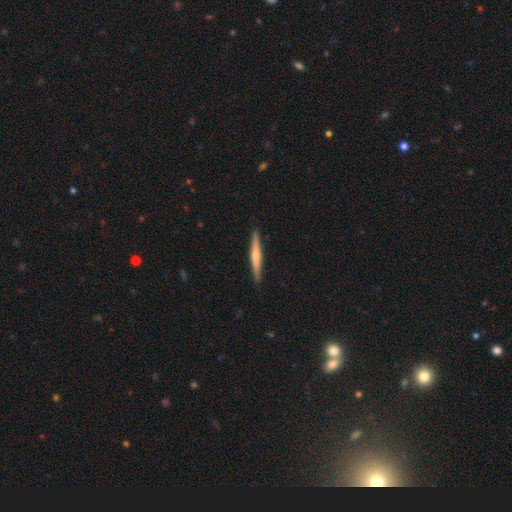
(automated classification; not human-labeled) Smooth or featured?
  - featured or disk: 53% *
  - smooth: 42%
  - star or artifact: 5%
Edge-on disk?
  - yes: 97% *
  - no: 3%
Edge-on bulge?
  - rounded: 70% *
  - none: 25%
  - boxy: 5%
Merging?
  - none: 92% *
  - minor disturbance: 6%
  - major disturbance: 1%
  - merger: 1%